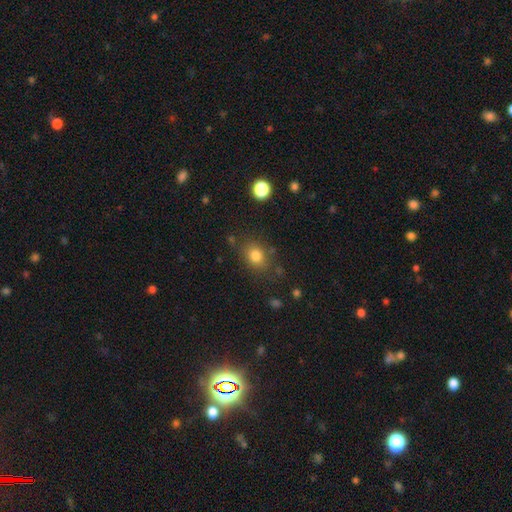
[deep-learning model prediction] smooth-or-featured: smooth: 80% | star or artifact: 12% | featured or disk: 8%
  how-rounded: round: 52% | in between: 47% | cigar-shaped: 1%
  merging: none: 76% | minor disturbance: 15% | major disturbance: 6% | merger: 4%